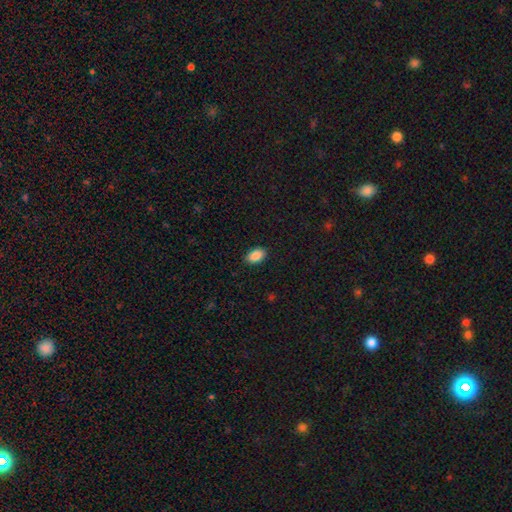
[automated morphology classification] type=smooth (88%); roundness=in between (91%); merging=none (88%).